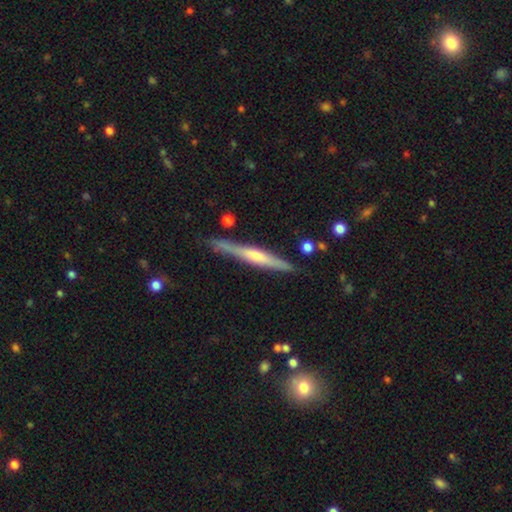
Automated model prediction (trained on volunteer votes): The model was most divided on "smooth or featured": featured or disk: 62%, smooth: 32%, star or artifact: 6%. More confident: edge-on disk — yes (96%); merging — none (83%); edge-on bulge — rounded (65%).